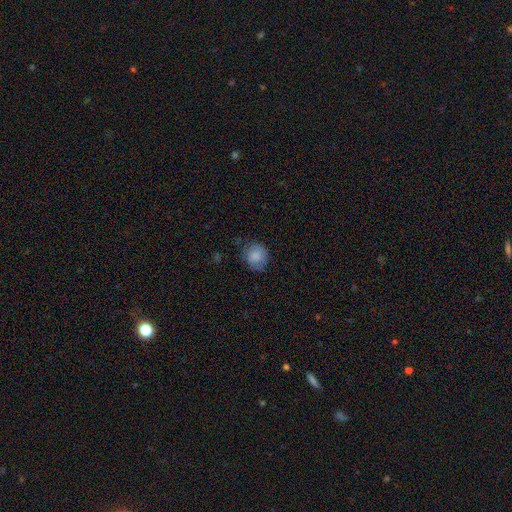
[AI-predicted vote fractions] This is clearly a smooth galaxy (82%). How rounded: likely round (80%). Merging: likely none (73%).